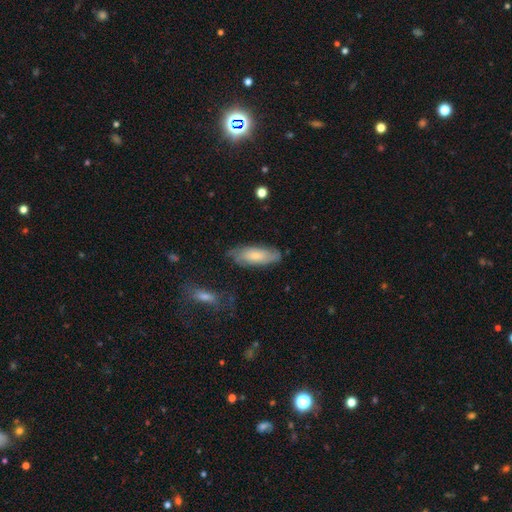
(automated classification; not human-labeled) Overall: smooth (65%; featured or disk 29%). How rounded: in between (67%; cigar-shaped 31%). Merging: none (73%).